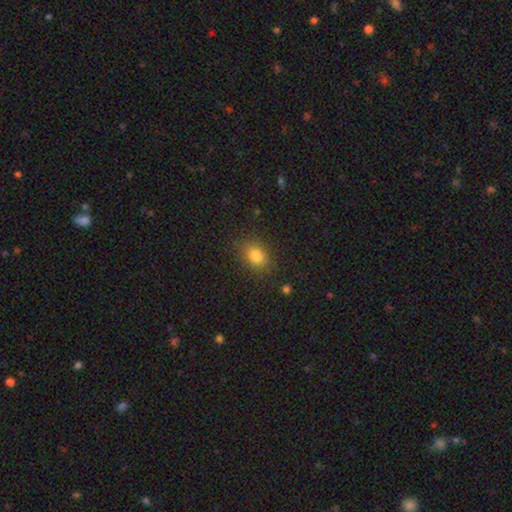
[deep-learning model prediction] smooth 82%, star or artifact 12%, featured or disk 6%. Down the decision tree: how rounded — in between (58%); merging — none (84%).